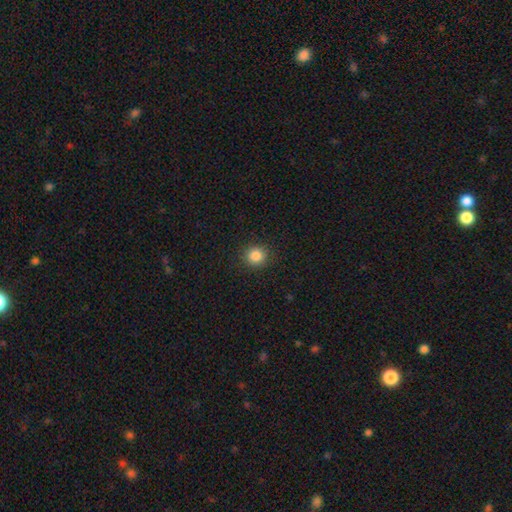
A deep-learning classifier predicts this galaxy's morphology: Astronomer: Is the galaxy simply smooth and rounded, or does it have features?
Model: smooth — 85%.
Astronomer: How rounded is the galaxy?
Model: round — 91%.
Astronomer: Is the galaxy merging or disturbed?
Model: none — 91%.